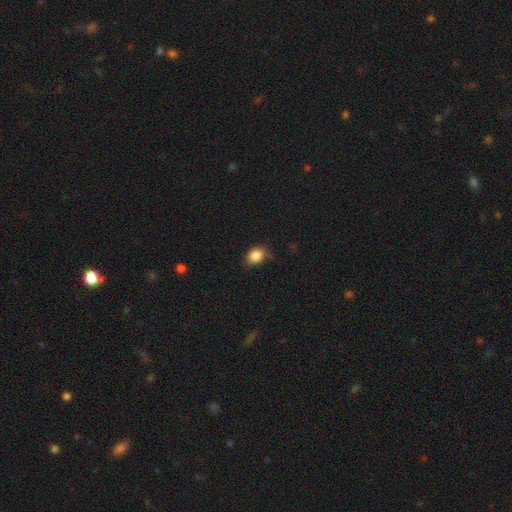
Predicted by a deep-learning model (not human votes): Smooth or featured?
  - smooth: 85% *
  - star or artifact: 9%
  - featured or disk: 5%
How rounded?
  - in between: 55% *
  - round: 44%
  - cigar-shaped: 1%
Merging?
  - none: 69% *
  - minor disturbance: 25%
  - major disturbance: 5%
  - merger: 2%